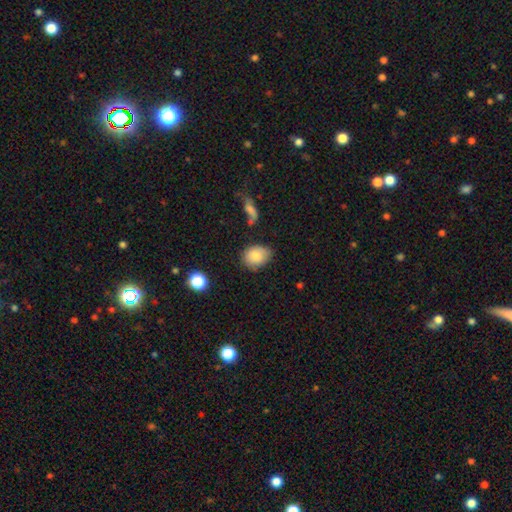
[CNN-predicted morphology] type=smooth (80%); roundness=in between (53%); merging=none (72%).